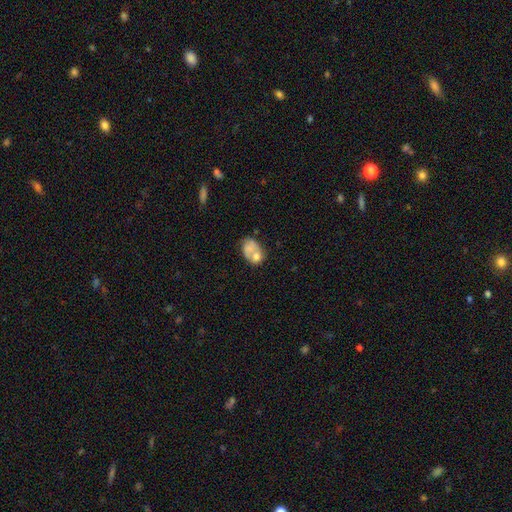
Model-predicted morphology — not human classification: Overall: smooth (61%; featured or disk 30%). How rounded: in between (71%). Merging: merger (36%; none 30%).